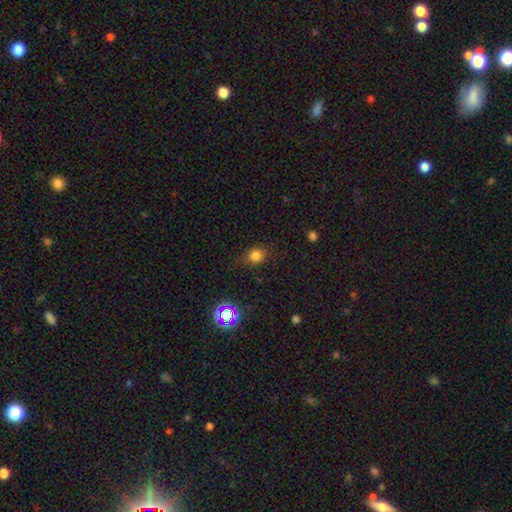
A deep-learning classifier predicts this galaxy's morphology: Smooth or featured? Predicted: smooth (p=0.78). How rounded? Predicted: round (p=0.78). Merging? Predicted: none (p=0.79).